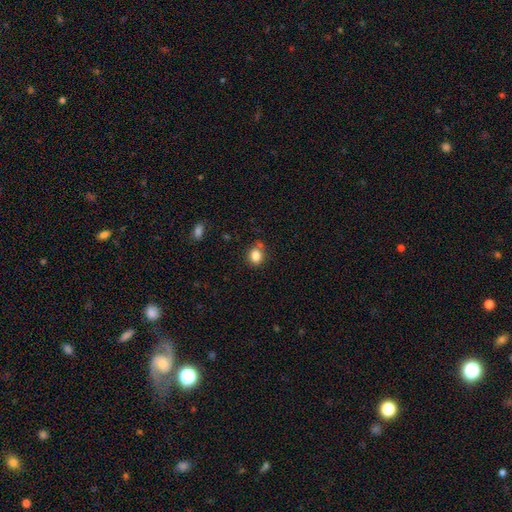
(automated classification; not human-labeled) Smooth or featured? Predicted: smooth (p=0.83). How rounded? Predicted: round (p=0.68). Merging? Predicted: none (p=0.73).